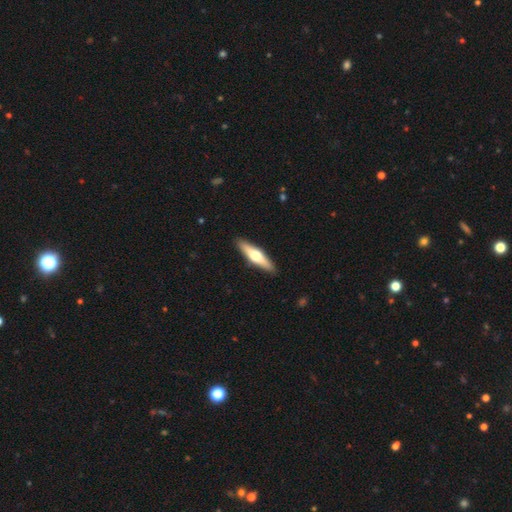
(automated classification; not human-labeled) Morphology: type=featured or disk (50%); merging=none (91%).